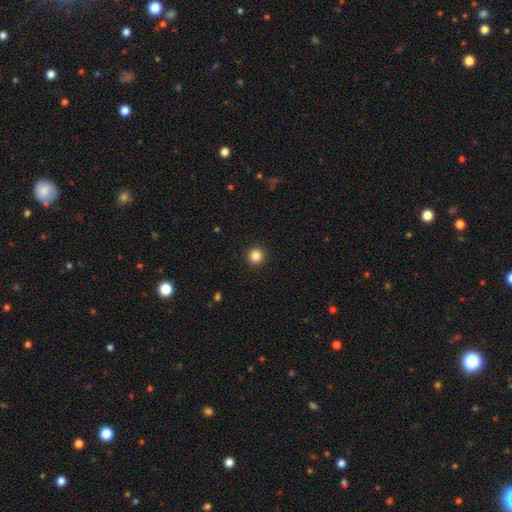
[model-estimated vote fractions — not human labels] smooth 85%, star or artifact 11%, featured or disk 4%. Down the decision tree: how rounded — round (96%); merging — none (93%).